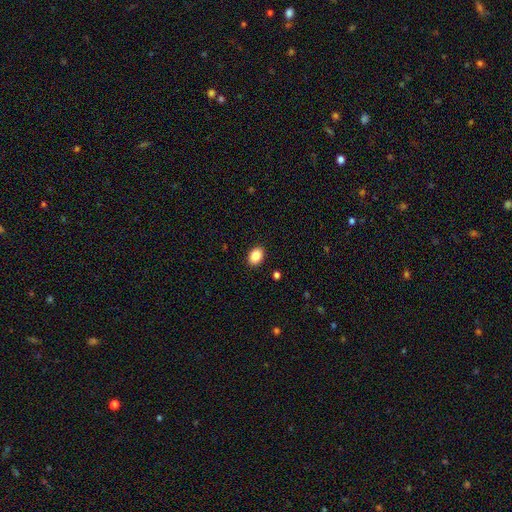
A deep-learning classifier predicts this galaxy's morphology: Overall: smooth (88%). How rounded: in between (73%). Merging: none (90%).